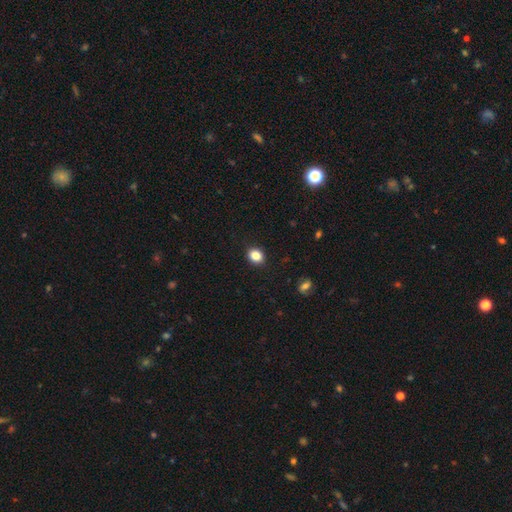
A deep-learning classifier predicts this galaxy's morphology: Smooth or featured?
  - smooth: 86% *
  - star or artifact: 10%
  - featured or disk: 5%
How rounded?
  - round: 52% *
  - in between: 47%
  - cigar-shaped: 1%
Merging?
  - none: 91% *
  - minor disturbance: 7%
  - major disturbance: 2%
  - merger: 1%